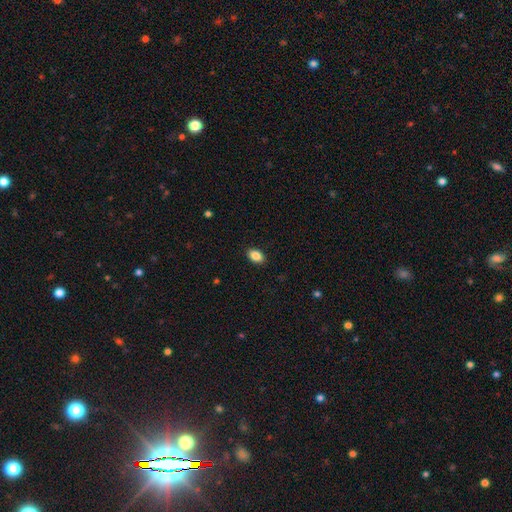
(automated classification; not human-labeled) A smooth galaxy with no disk features (88%) that is in between round and cigar-shaped (87%). Merging: none (90%).